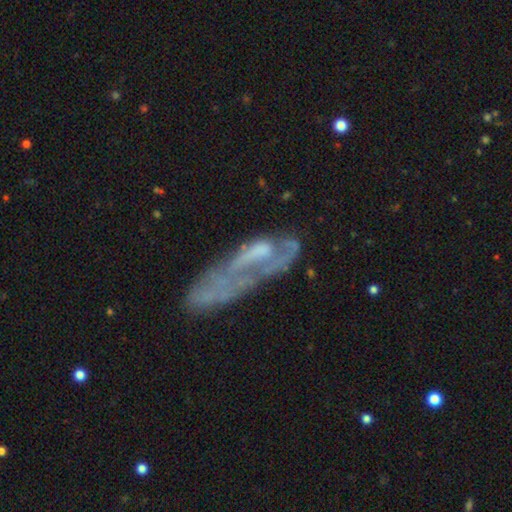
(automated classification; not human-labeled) Smooth or featured?
  - featured or disk: 61% *
  - smooth: 28%
  - star or artifact: 10%
Edge-on disk?
  - no: 77% *
  - yes: 23%
Merging?
  - major disturbance: 37% *
  - none: 34%
  - minor disturbance: 22%
  - merger: 7%